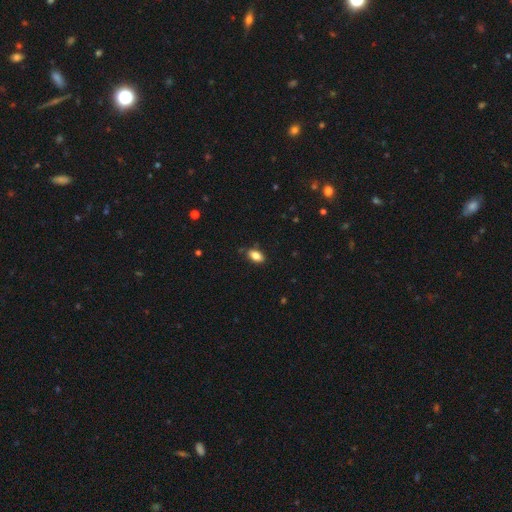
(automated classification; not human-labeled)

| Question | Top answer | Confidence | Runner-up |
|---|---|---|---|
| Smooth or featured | smooth | 84% | star or artifact (8%) |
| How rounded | in between | 90% | round (6%) |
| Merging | none | 84% | minor disturbance (13%) |